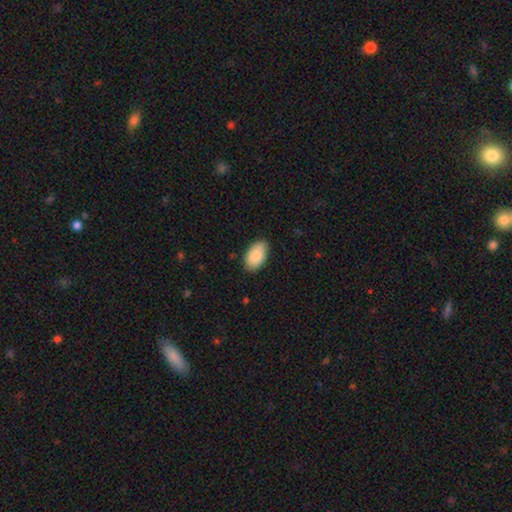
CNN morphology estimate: type=smooth (88%); roundness=in between (95%); merging=none (82%).